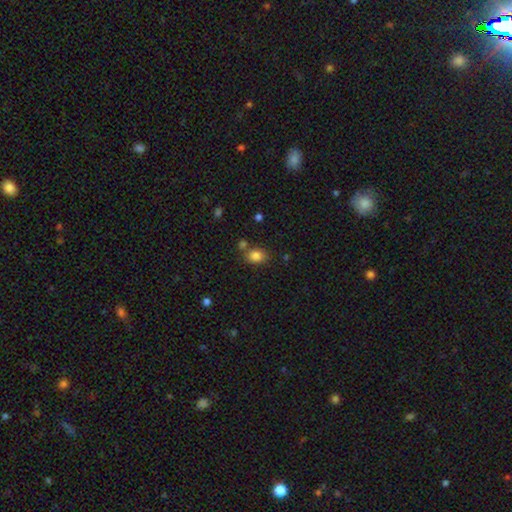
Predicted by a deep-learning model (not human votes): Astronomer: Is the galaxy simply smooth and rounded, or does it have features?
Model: smooth — 84%.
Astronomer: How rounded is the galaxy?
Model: in between — 67%.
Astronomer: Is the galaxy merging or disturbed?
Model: none — 71%.